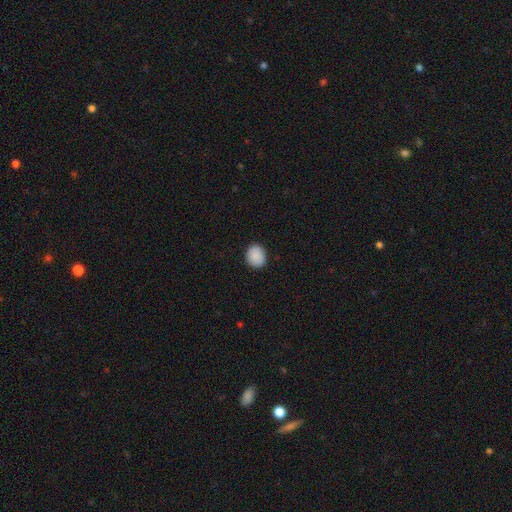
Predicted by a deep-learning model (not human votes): Overall: smooth (89%). How rounded: round (62%; in between 37%). Merging: none (88%).